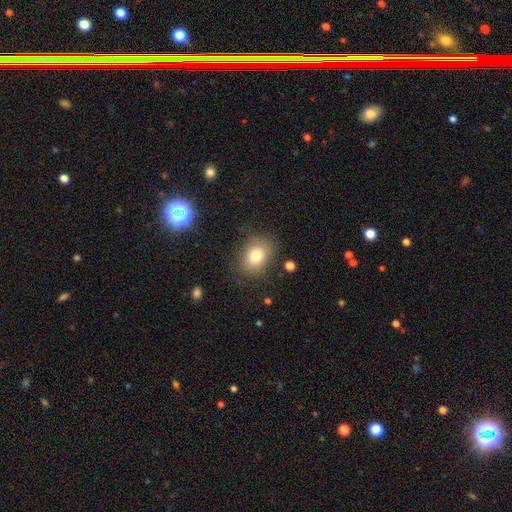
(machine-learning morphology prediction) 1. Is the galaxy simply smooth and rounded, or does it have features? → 79% smooth, 11% featured or disk, 11% star or artifact.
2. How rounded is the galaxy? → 63% in between, 36% round, 1% cigar-shaped.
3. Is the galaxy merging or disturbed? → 79% none, 14% minor disturbance, 5% major disturbance, 2% merger.